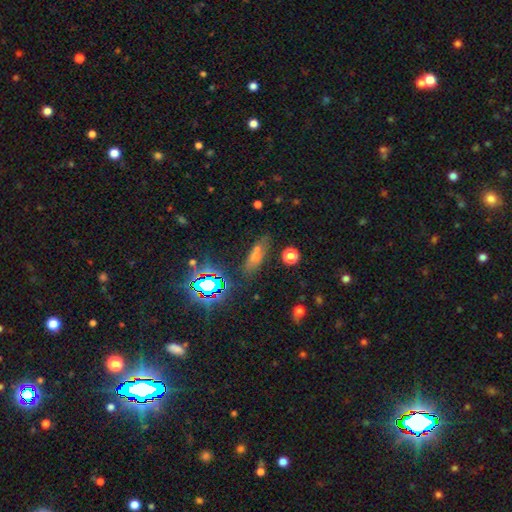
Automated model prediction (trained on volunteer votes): Smooth or featured?
  - smooth: 59% *
  - star or artifact: 22%
  - featured or disk: 18%
How rounded?
  - in between: 54% *
  - cigar-shaped: 38%
  - round: 8%
Merging?
  - none: 59% *
  - minor disturbance: 19%
  - merger: 14%
  - major disturbance: 8%